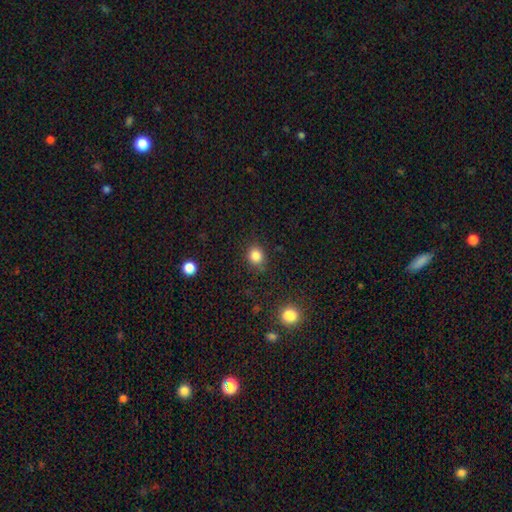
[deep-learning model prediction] A smooth galaxy with no disk features (84%) that is round (75%).

Vote fractions:
- Smooth or featured? smooth: 84% / star or artifact: 11% / featured or disk: 4%
- How rounded? round: 75% / in between: 24% / cigar-shaped: 1%
- Merging? none: 82% / minor disturbance: 12% / major disturbance: 4% / merger: 2%